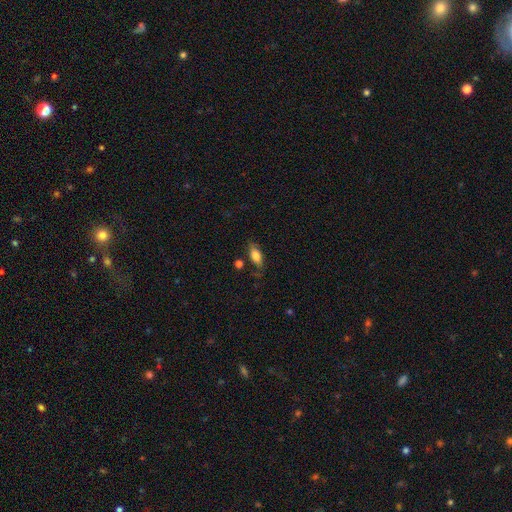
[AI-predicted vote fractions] This is likely a smooth galaxy (75%). How rounded: clearly in between (81%). Merging: likely none (71%).